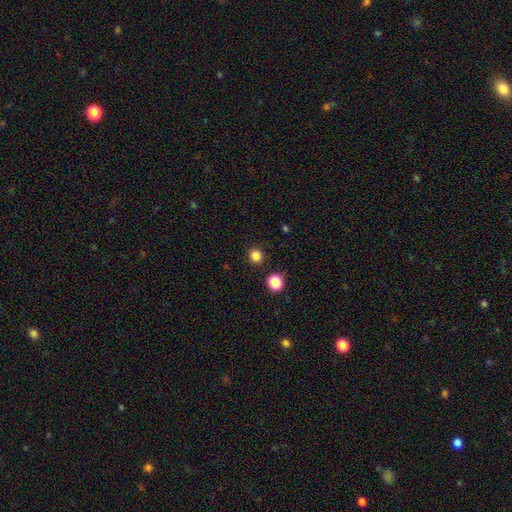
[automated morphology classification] smooth_or_featured: smooth (p=0.84) [alt: star or artifact p=0.13]
how_rounded: round (p=0.90) [alt: in between p=0.09]
merging: none (p=0.90) [alt: minor disturbance p=0.05]